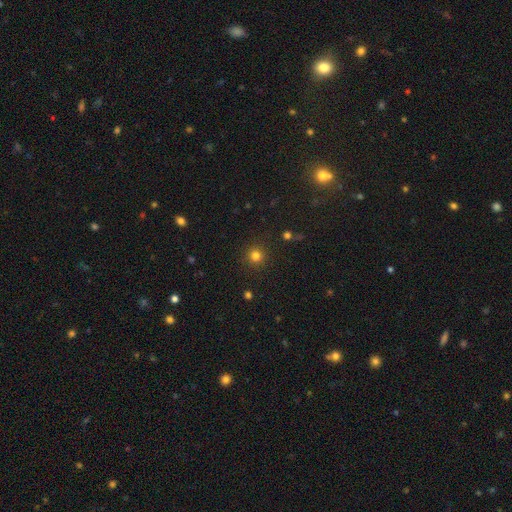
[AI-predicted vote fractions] The model was most divided on "smooth or featured": smooth: 80%, star or artifact: 16%, featured or disk: 5%. More confident: how rounded — round (94%); merging — none (91%).